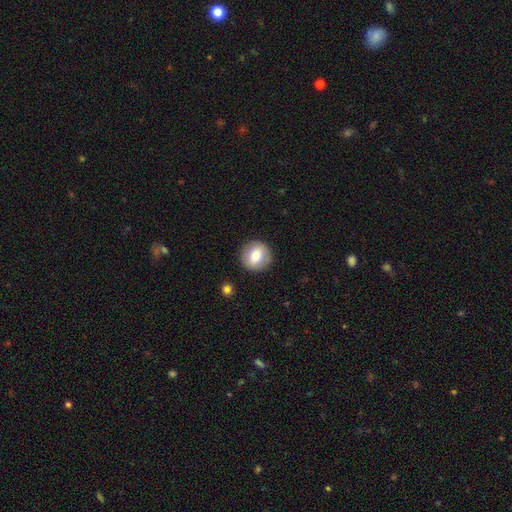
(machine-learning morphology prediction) Smooth or featured: smooth — 71% (featured or disk — 21%)
How rounded: round — 92% (in between — 7%)
Merging: none — 89% (minor disturbance — 7%)